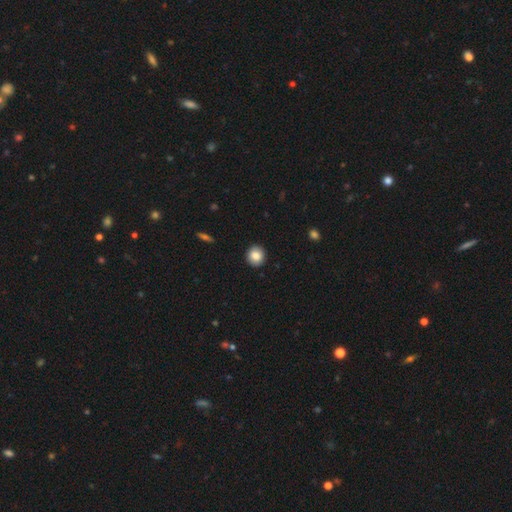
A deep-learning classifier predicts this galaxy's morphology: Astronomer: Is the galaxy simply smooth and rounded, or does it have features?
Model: smooth — 85%.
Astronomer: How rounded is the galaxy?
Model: round — 86%.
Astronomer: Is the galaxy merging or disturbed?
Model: none — 92%.